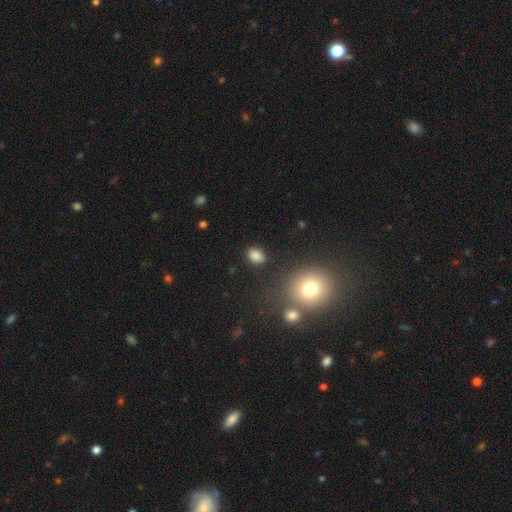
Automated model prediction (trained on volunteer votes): Smooth or featured?
  - smooth: 83% *
  - star or artifact: 12%
  - featured or disk: 5%
How rounded?
  - in between: 60% *
  - round: 39%
  - cigar-shaped: 1%
Merging?
  - none: 83% *
  - minor disturbance: 11%
  - major disturbance: 3%
  - merger: 3%